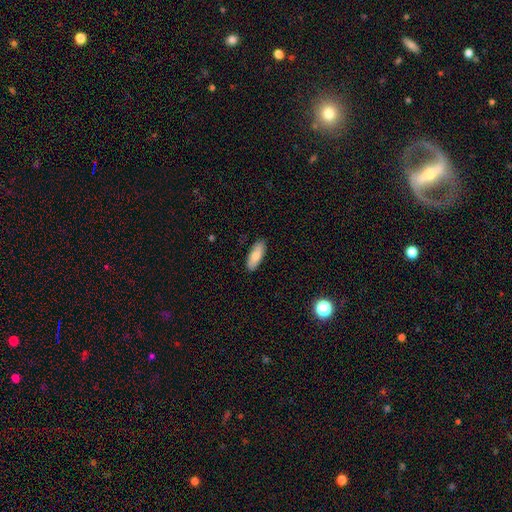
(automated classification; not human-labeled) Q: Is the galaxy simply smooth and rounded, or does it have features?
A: smooth — 80%.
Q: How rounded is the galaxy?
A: in between — 77%.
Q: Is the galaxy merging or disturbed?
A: none — 87%.